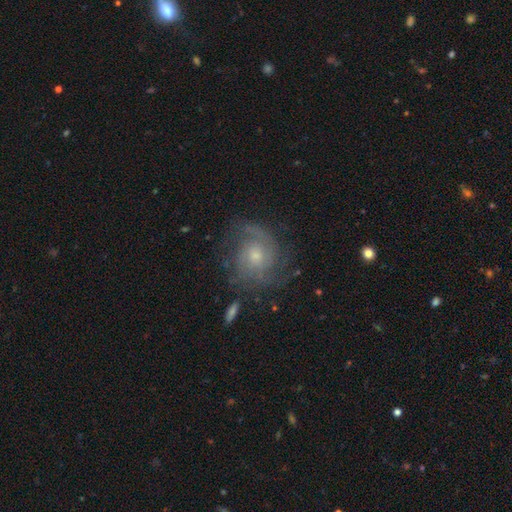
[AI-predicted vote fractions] Smooth or featured? Predicted: featured or disk (p=0.81). Edge-on disk? Predicted: no (p=0.98). Bar? Predicted: no (p=0.72). Spiral arms? Predicted: yes (p=0.94). Spiral winding? Predicted: tight (p=0.46). Spiral arm count? Predicted: 2 (p=0.35). Bulge size? Predicted: small (p=0.50). Merging? Predicted: none (p=0.69).